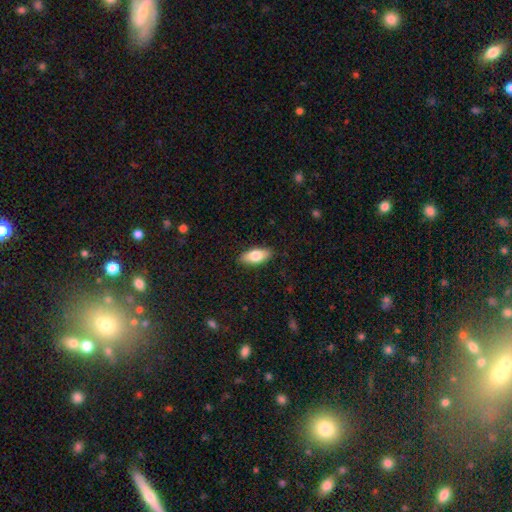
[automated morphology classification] Smooth or featured? Predicted: smooth (p=0.78). How rounded? Predicted: in between (p=0.85). Merging? Predicted: none (p=0.88).